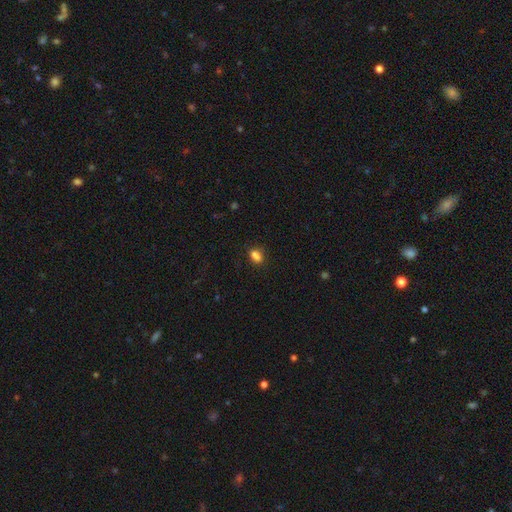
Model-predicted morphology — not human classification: Smooth or featured? Predicted: smooth (p=0.82). How rounded? Predicted: in between (p=0.76). Merging? Predicted: none (p=0.73).